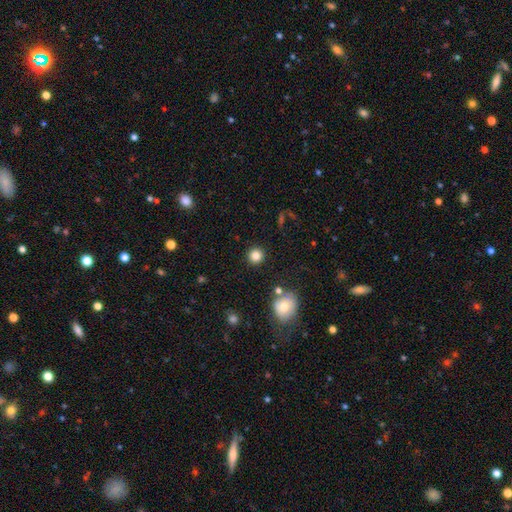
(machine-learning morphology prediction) Smooth or featured: smooth — 83% (star or artifact — 11%)
How rounded: round — 92% (in between — 7%)
Merging: none — 89% (minor disturbance — 6%)